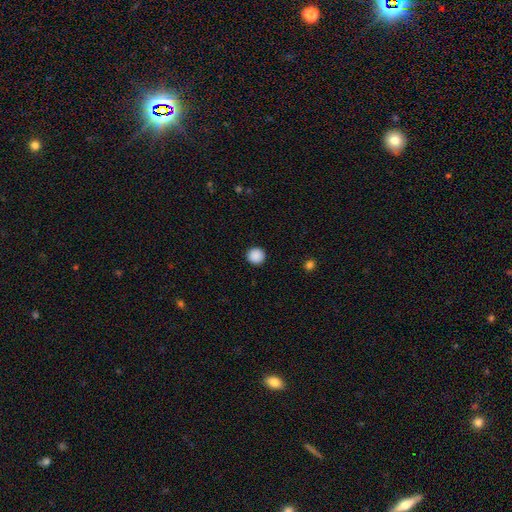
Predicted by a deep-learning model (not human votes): A smooth galaxy with no disk features (89%) that is round (95%). Merging: none (93%).